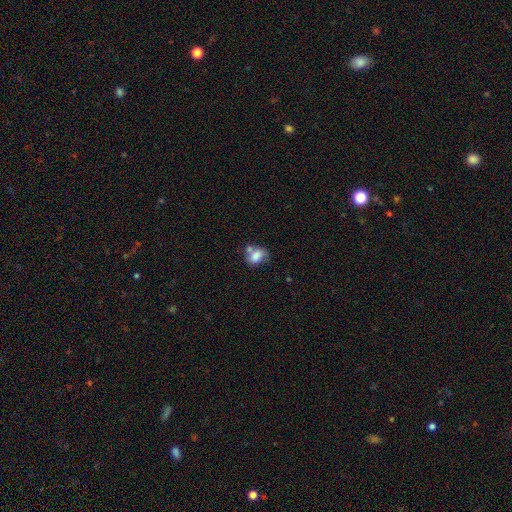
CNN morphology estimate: This is likely a smooth galaxy (77%). How rounded: likely in between (70%). Merging: marginally none (36%).